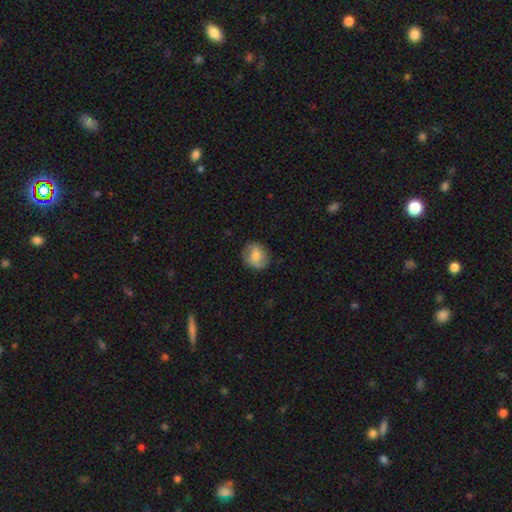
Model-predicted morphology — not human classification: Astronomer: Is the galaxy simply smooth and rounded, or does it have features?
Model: smooth — 72%.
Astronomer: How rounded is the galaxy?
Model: round — 67%.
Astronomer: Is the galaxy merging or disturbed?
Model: none — 82%.